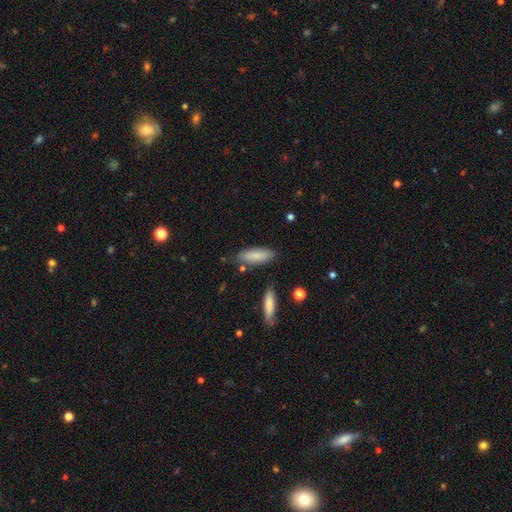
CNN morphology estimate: Q: Smooth or featured?
A: smooth (83%); runner-up: featured or disk (11%)
Q: How rounded?
A: in between (60%); runner-up: cigar-shaped (38%)
Q: Merging?
A: none (77%); runner-up: minor disturbance (15%)